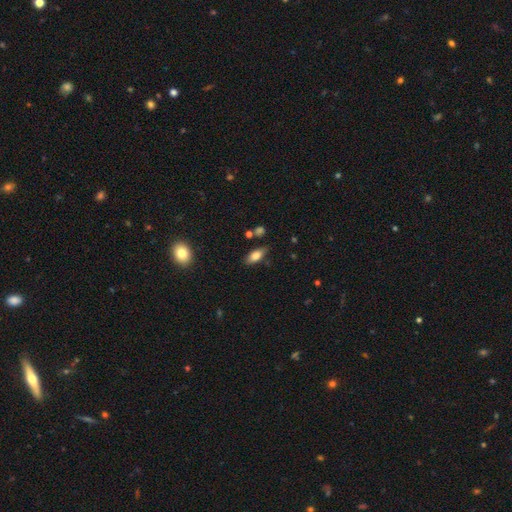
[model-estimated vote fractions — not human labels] smooth_or_featured: smooth (p=0.76) [alt: featured or disk p=0.16]
how_rounded: in between (p=0.83) [alt: cigar-shaped p=0.13]
merging: none (p=0.78) [alt: minor disturbance p=0.15]